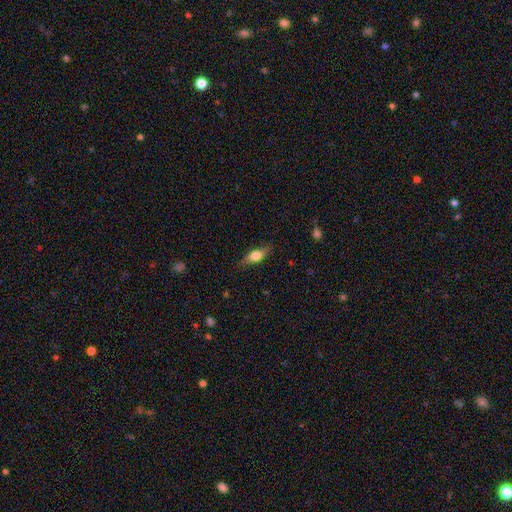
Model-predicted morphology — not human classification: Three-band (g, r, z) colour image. It shows a smooth galaxy with no disk features (57%) that is in between round and cigar-shaped (59%). Merging: none (81%).